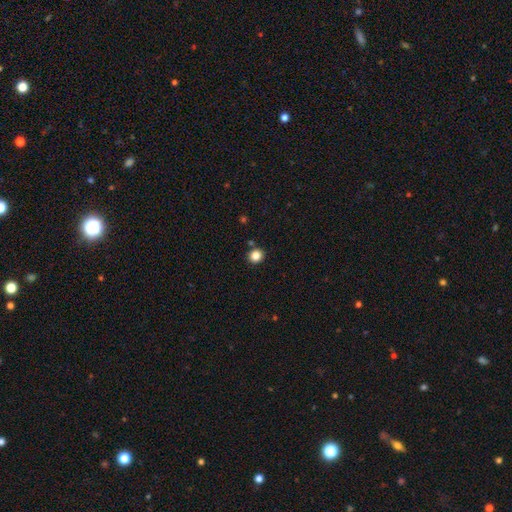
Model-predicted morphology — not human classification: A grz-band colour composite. It shows a smooth galaxy with no disk features (85%) that is round (86%). Merging: none (87%).